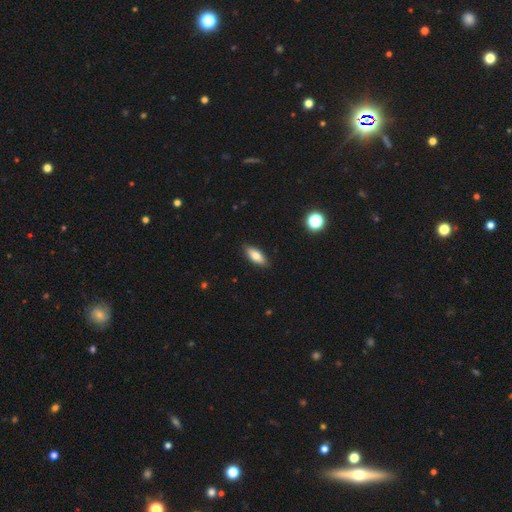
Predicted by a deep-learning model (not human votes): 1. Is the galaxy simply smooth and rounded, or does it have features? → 77% smooth, 16% featured or disk, 7% star or artifact.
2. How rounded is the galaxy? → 75% in between, 22% cigar-shaped, 2% round.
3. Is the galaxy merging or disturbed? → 89% none, 9% minor disturbance, 2% major disturbance, 1% merger.